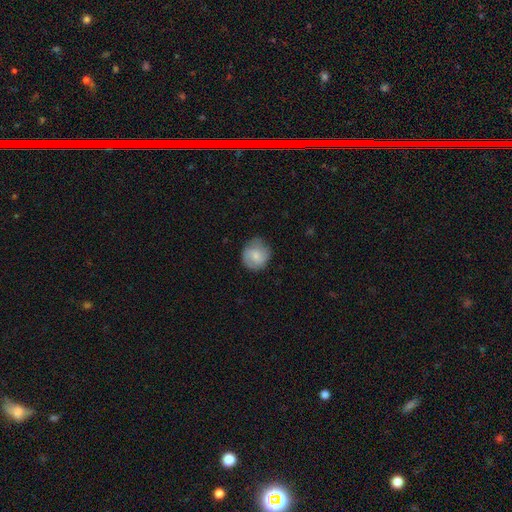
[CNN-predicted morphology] Smooth or featured? smooth (70%)
How rounded? round (85%)
Merging? none (68%)